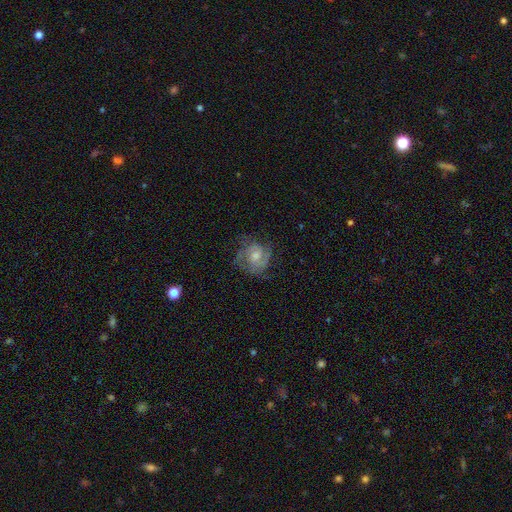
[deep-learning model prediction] Smooth or featured: featured or disk — 75% (smooth — 15%)
Edge-on disk: no — 97% (yes — 3%)
Bar: no — 64% (weak — 30%)
Spiral arms: yes — 92% (no — 8%)
Spiral winding: tight — 51% (medium — 39%)
Spiral arm count: 3 — 30% (2 — 29%)
Bulge size: moderate — 58% (small — 31%)
Merging: none — 71% (minor disturbance — 18%)